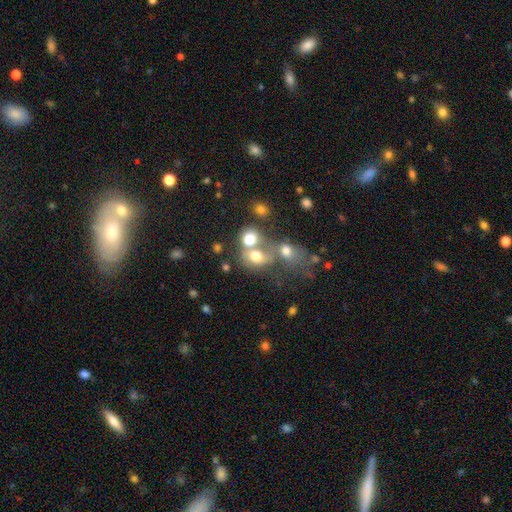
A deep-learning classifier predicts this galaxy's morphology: Smooth or featured? smooth (68%)
How rounded? round (58%)
Merging? merger (55%)